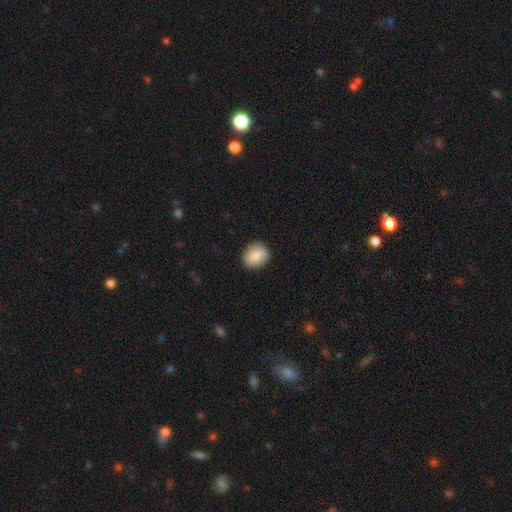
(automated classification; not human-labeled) Smooth or featured? Predicted: smooth (p=0.83). How rounded? Predicted: round (p=0.64). Merging? Predicted: none (p=0.85).